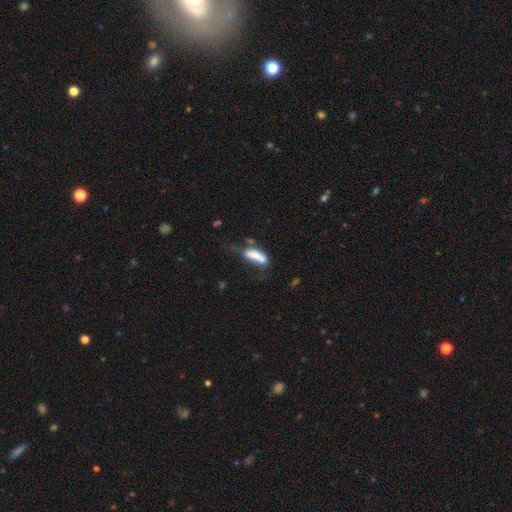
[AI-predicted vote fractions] A smooth galaxy with no disk features (69%) that is in between round and cigar-shaped (64%).

Vote fractions:
- Smooth or featured? smooth: 69% / featured or disk: 22% / star or artifact: 9%
- How rounded? in between: 64% / cigar-shaped: 33% / round: 3%
- Merging? major disturbance: 26% / none: 25% / minor disturbance: 25% / merger: 24%